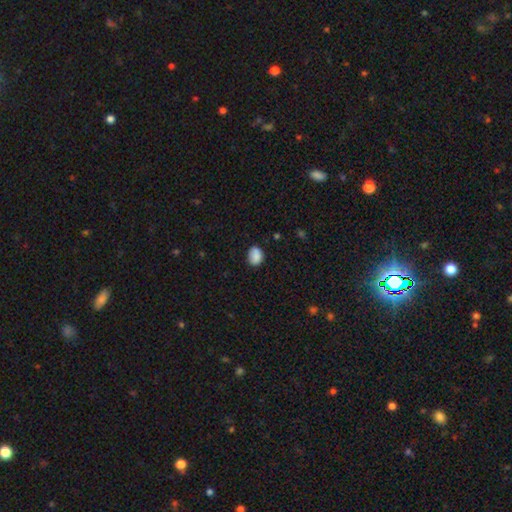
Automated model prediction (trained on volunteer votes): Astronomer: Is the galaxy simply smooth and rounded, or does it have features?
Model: smooth — 87%.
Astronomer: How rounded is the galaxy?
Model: in between — 68%.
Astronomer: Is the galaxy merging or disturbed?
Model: none — 79%.